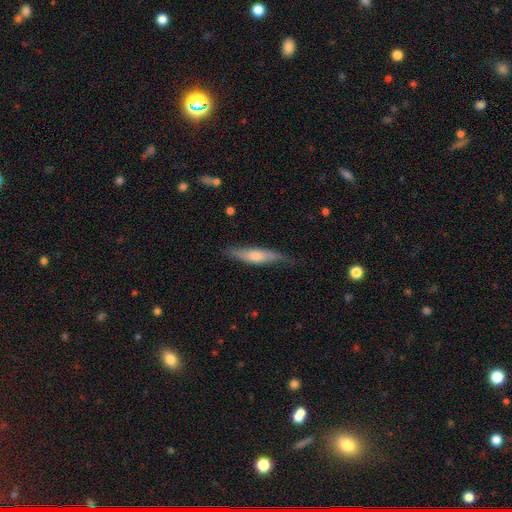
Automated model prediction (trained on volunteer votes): smooth-or-featured: smooth: 51% | featured or disk: 44% | star or artifact: 6%
  how-rounded: cigar-shaped: 80% | in between: 18% | round: 2%
  merging: none: 67% | minor disturbance: 25% | major disturbance: 6% | merger: 2%